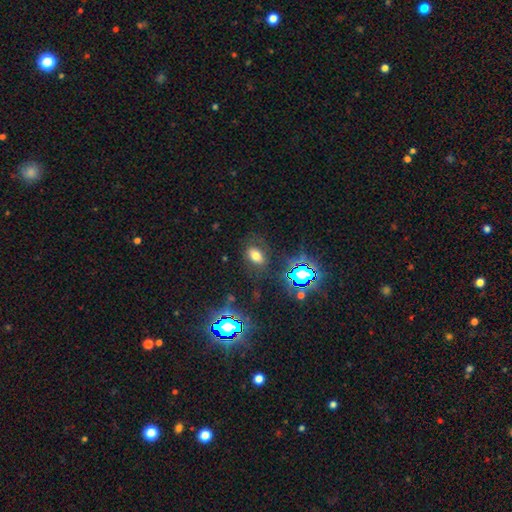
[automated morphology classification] smooth-or-featured: smooth: 64% | star or artifact: 24% | featured or disk: 12%
  how-rounded: in between: 82% | round: 16% | cigar-shaped: 2%
  merging: none: 78% | minor disturbance: 13% | major disturbance: 7% | merger: 3%